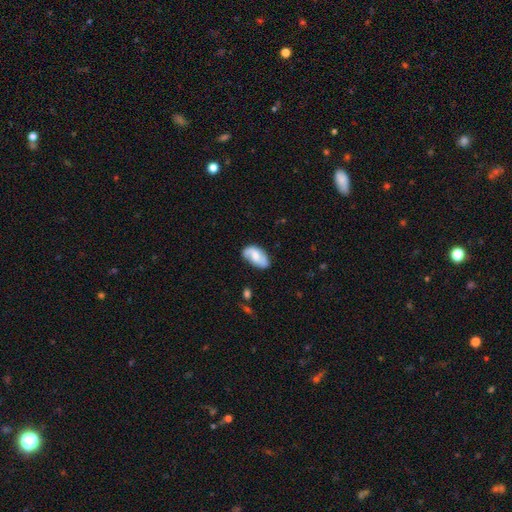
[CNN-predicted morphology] The model was most divided on "smooth or featured": smooth: 51%, featured or disk: 42%, star or artifact: 7%. More confident: how rounded — in between (93%); merging — none (62%).